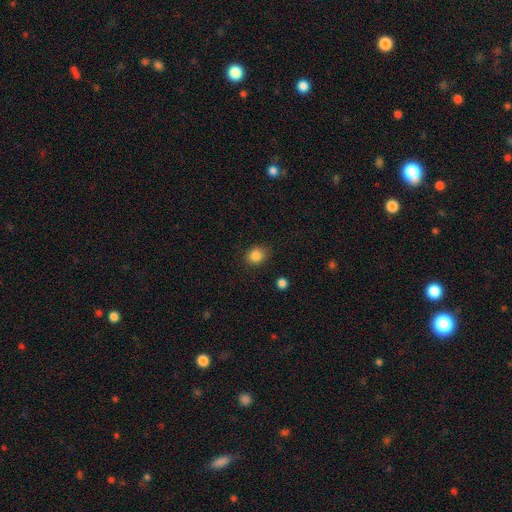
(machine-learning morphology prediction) smooth_or_featured: smooth (p=0.85) [alt: star or artifact p=0.10]
how_rounded: round (p=0.71) [alt: in between p=0.28]
merging: none (p=0.84) [alt: minor disturbance p=0.11]